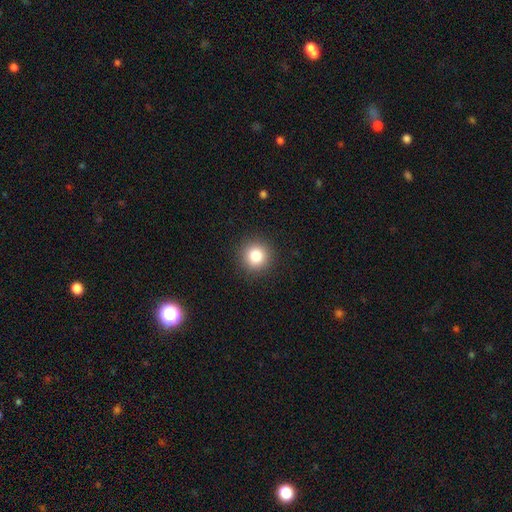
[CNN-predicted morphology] Smooth or featured? Predicted: smooth (p=0.84). How rounded? Predicted: round (p=0.94). Merging? Predicted: none (p=0.91).